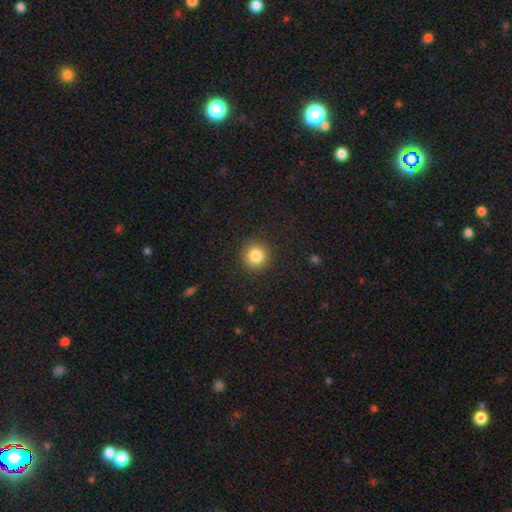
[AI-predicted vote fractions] Smooth or featured? smooth (84%)
How rounded? round (94%)
Merging? none (91%)